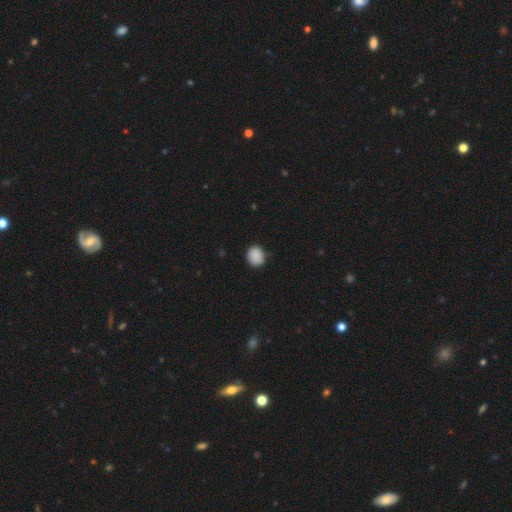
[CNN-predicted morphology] Smooth or featured: smooth — 88% (star or artifact — 8%)
How rounded: round — 74% (in between — 25%)
Merging: none — 81% (minor disturbance — 15%)